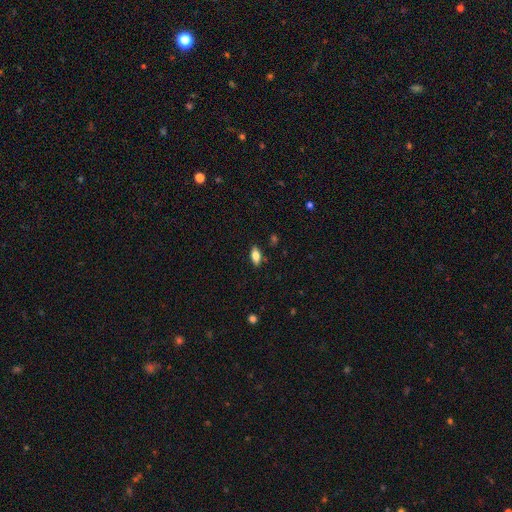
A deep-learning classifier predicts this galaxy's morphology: The model was most divided on "smooth or featured": smooth: 77%, featured or disk: 15%, star or artifact: 8%. More confident: how rounded — in between (85%); merging — none (85%).